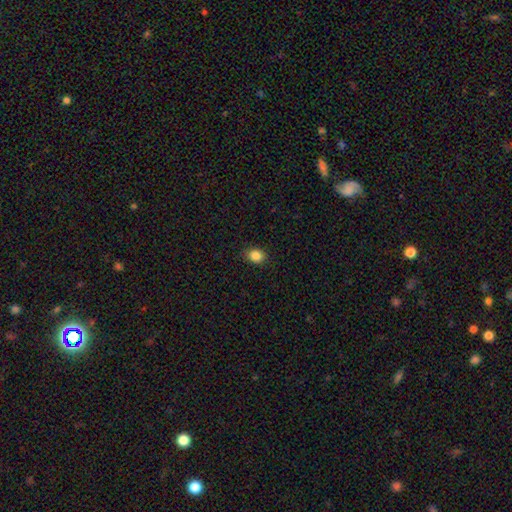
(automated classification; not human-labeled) Morphology: type=smooth (86%); roundness=round (52%); merging=none (87%).